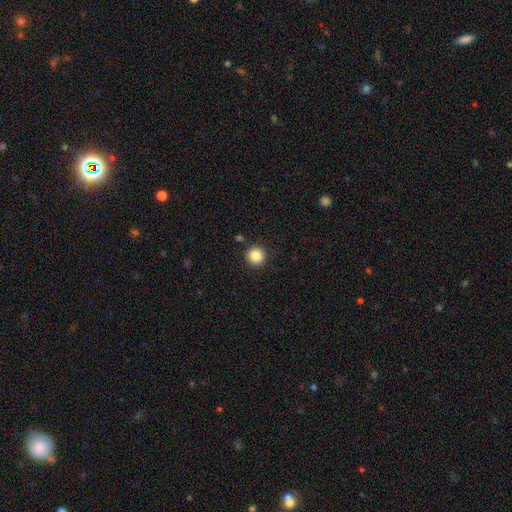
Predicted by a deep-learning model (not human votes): Overall: smooth (85%). How rounded: round (95%). Merging: none (90%).